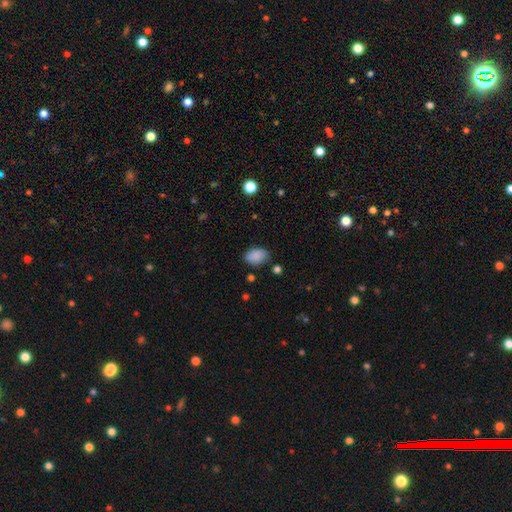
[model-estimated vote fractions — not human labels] This appears to be a smooth galaxy with no disk features (87%) that is in between round and cigar-shaped (84%). Merging: none (78%).